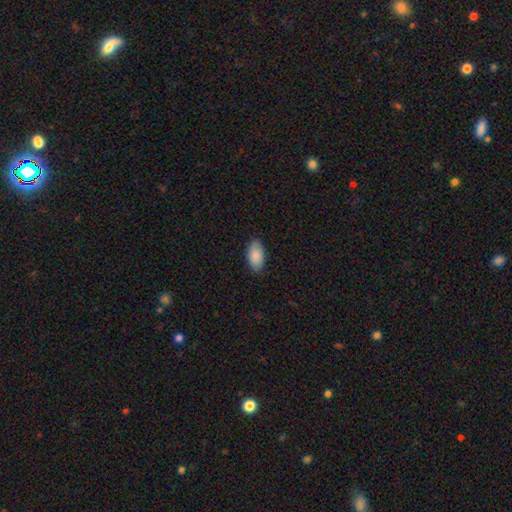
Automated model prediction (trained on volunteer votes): A smooth galaxy with no disk features (88%) that is in between round and cigar-shaped (94%).

Vote fractions:
- Smooth or featured? smooth: 88% / star or artifact: 6% / featured or disk: 6%
- How rounded? in between: 94% / cigar-shaped: 3% / round: 3%
- Merging? none: 86% / minor disturbance: 11% / major disturbance: 2% / merger: 1%